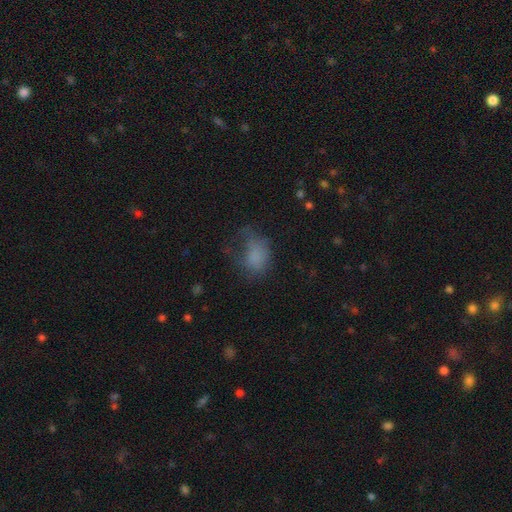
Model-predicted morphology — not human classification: This appears to be a smooth galaxy with no disk features (70%) that is in between round and cigar-shaped (69%). Merging: major disturbance (38%).